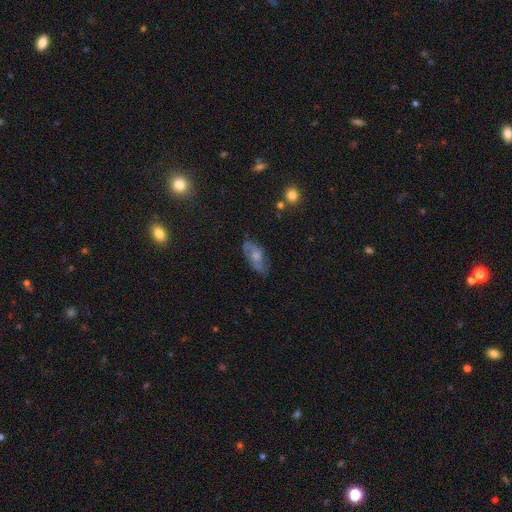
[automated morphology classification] Smooth or featured: featured or disk — 47% (smooth — 43%)
Merging: none — 60% (minor disturbance — 27%)